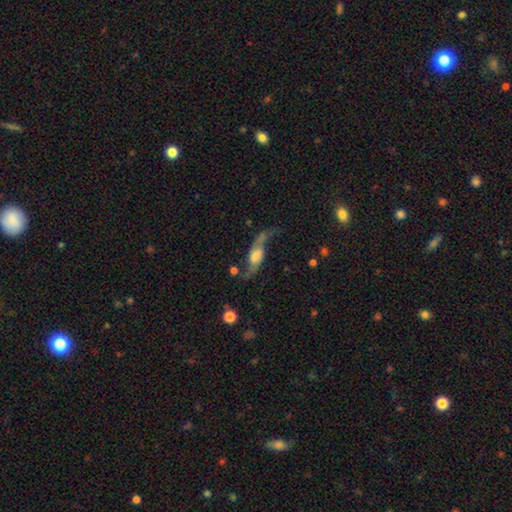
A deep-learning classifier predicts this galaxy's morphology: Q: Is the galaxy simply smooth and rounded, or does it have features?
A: featured or disk — 83%.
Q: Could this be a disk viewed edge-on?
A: no — 86%.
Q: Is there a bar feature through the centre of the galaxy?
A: no — 48%.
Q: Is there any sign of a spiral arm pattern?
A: yes — 95%.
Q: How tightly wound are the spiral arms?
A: loose — 88%.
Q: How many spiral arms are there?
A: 2 — 93%.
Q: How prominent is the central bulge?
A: moderate — 39%.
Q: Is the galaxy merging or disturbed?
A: none — 65%.